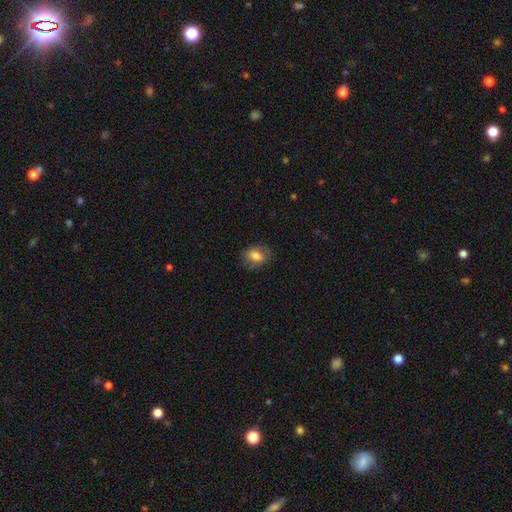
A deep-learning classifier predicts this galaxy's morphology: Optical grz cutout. It shows a smooth galaxy with no disk features (72%) that is in between round and cigar-shaped (75%). Merging: none (68%).